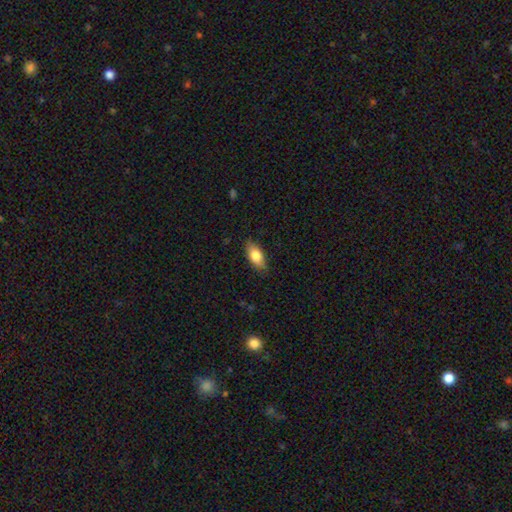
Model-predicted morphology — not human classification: type=smooth (78%); roundness=in between (86%); merging=none (85%).